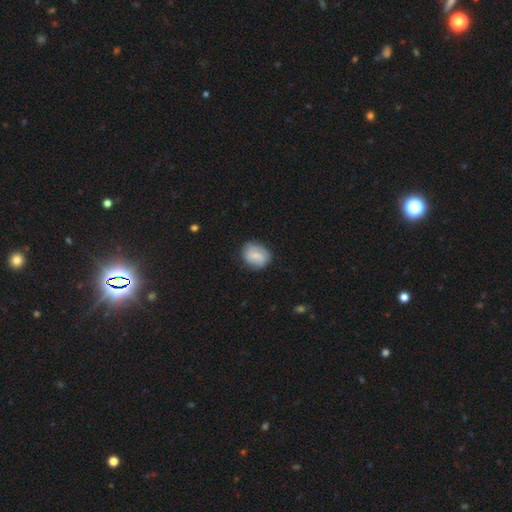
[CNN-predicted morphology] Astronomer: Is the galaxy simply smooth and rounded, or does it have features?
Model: smooth — 69%.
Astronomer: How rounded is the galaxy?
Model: round — 55% (runner-up: in between, 44%).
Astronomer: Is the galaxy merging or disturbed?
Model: none — 71%.